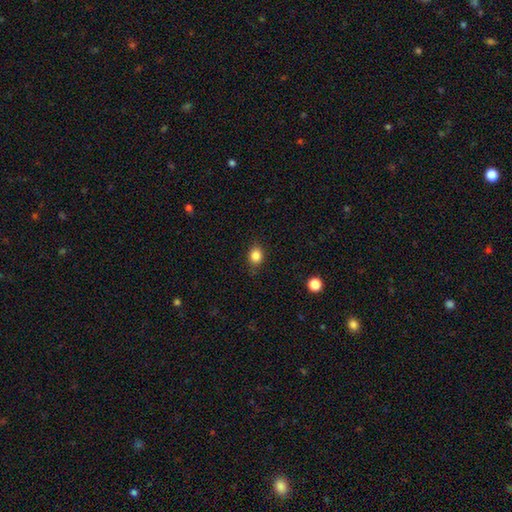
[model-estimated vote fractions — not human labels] smooth-or-featured: smooth: 84% | star or artifact: 11% | featured or disk: 5%
  how-rounded: round: 57% | in between: 42% | cigar-shaped: 1%
  merging: none: 84% | minor disturbance: 12% | major disturbance: 3% | merger: 1%